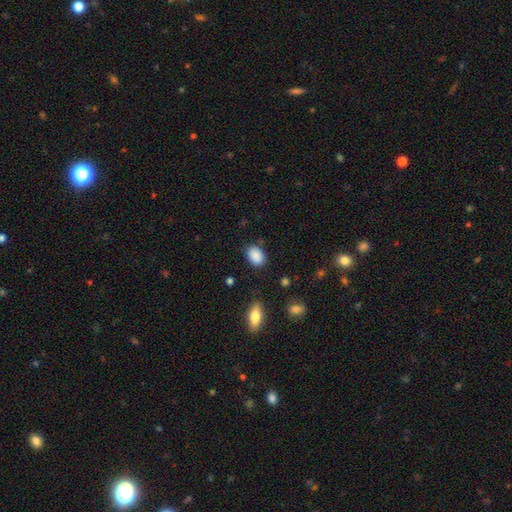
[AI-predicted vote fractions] Morphology: type=smooth (88%); roundness=in between (81%); merging=none (80%).